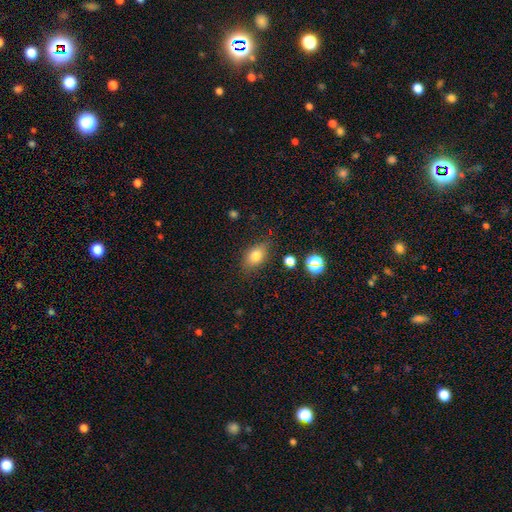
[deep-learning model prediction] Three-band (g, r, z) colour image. It shows a smooth galaxy with no disk features (78%) that is in between round and cigar-shaped (78%). Merging: none (79%).